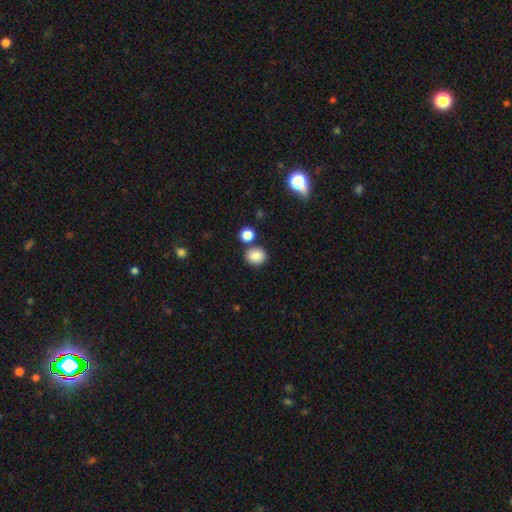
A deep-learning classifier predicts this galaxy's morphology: A smooth galaxy with no disk features (85%) that is round (71%).

Vote fractions:
- Smooth or featured? smooth: 85% / star or artifact: 10% / featured or disk: 5%
- How rounded? round: 71% / in between: 28% / cigar-shaped: 1%
- Merging? none: 74% / merger: 13% / minor disturbance: 10% / major disturbance: 3%